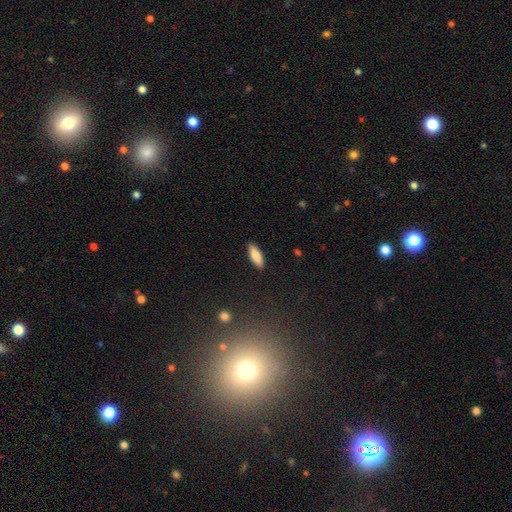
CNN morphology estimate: The model was most divided on "how rounded": in between: 59%, cigar-shaped: 40%, round: 2%. More confident: merging — none (90%); smooth or featured — smooth (83%).